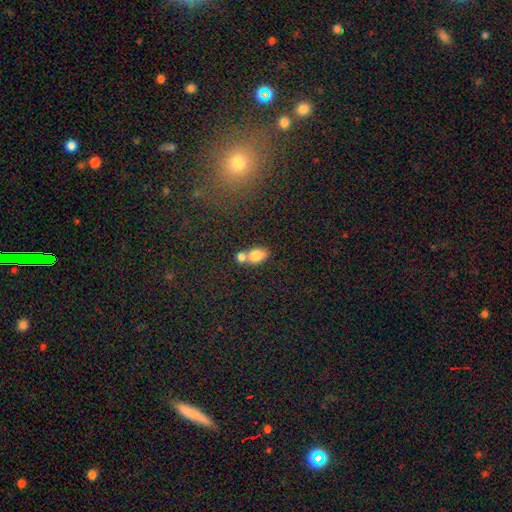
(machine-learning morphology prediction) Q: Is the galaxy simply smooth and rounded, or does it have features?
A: smooth — 80%.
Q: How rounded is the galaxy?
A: in between — 79%.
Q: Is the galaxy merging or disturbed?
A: merger — 50%.